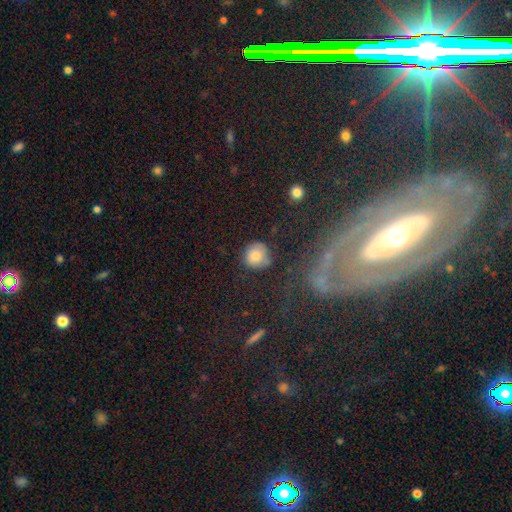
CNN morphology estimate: smooth_or_featured: smooth (p=0.79) [alt: featured or disk p=0.11]
how_rounded: round (p=0.87) [alt: in between p=0.12]
merging: none (p=0.71) [alt: minor disturbance p=0.20]